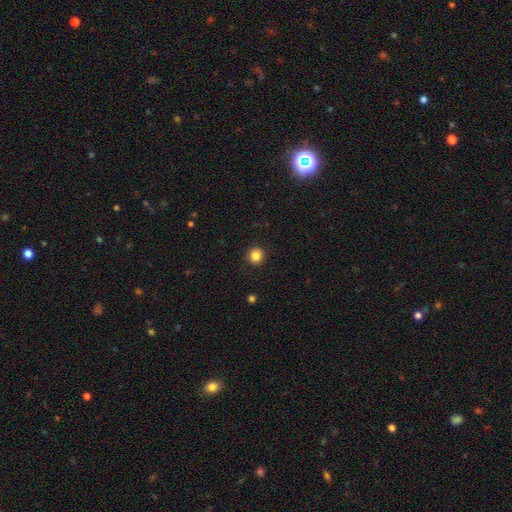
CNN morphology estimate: This appears to be a smooth galaxy with no disk features (85%) that is round (95%). Merging: none (93%).